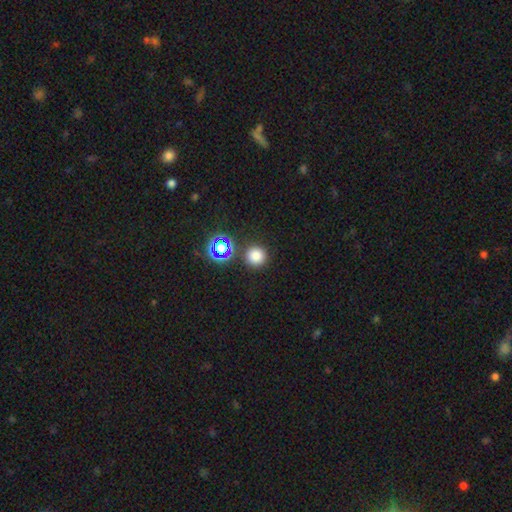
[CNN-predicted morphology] Smooth or featured: smooth — 74% (star or artifact — 20%)
How rounded: round — 95% (in between — 4%)
Merging: none — 85% (minor disturbance — 7%)